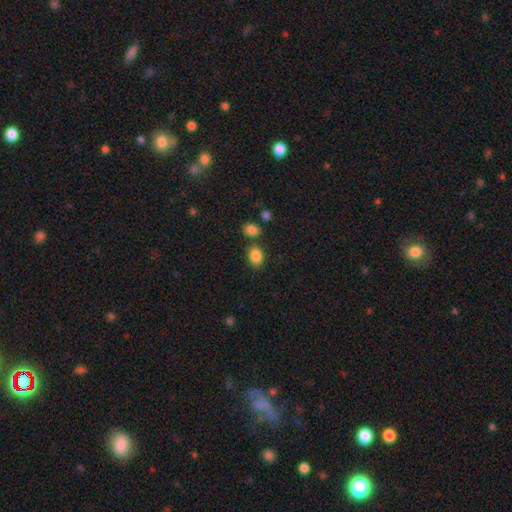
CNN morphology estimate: This appears to be a smooth galaxy with no disk features (86%) that is in between round and cigar-shaped (63%). Merging: none (75%).